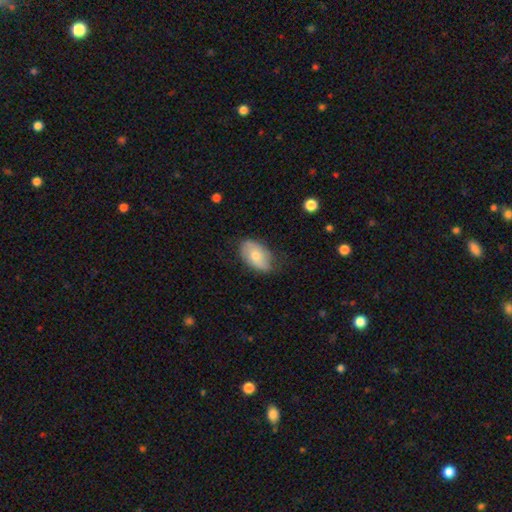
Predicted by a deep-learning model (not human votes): A smooth galaxy with no disk features (66%) that is in between round and cigar-shaped (91%).

Vote fractions:
- Smooth or featured? smooth: 66% / featured or disk: 28% / star or artifact: 6%
- How rounded? in between: 91% / round: 8% / cigar-shaped: 1%
- Merging? none: 65% / minor disturbance: 28% / major disturbance: 6% / merger: 1%